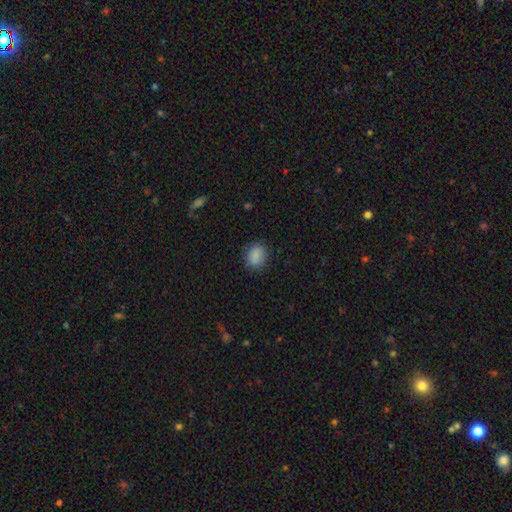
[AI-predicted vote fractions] A smooth galaxy with no disk features (87%) that is round (61%).

Vote fractions:
- Smooth or featured? smooth: 87% / star or artifact: 8% / featured or disk: 5%
- How rounded? round: 61% / in between: 38% / cigar-shaped: 1%
- Merging? none: 83% / minor disturbance: 13% / major disturbance: 3% / merger: 1%